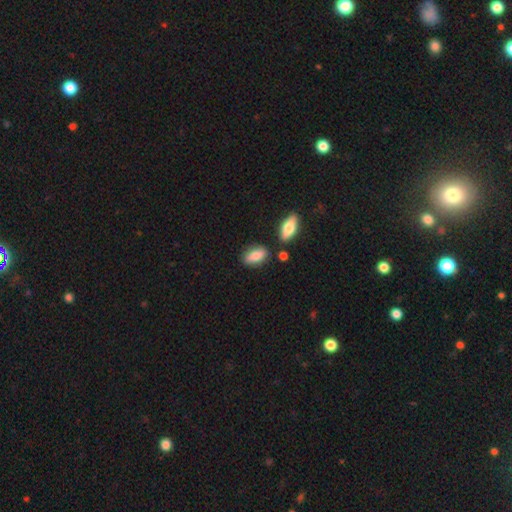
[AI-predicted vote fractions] Smooth or featured?
  - smooth: 81% *
  - featured or disk: 13%
  - star or artifact: 7%
How rounded?
  - in between: 84% *
  - cigar-shaped: 12%
  - round: 4%
Merging?
  - none: 76% *
  - minor disturbance: 13%
  - merger: 7%
  - major disturbance: 3%